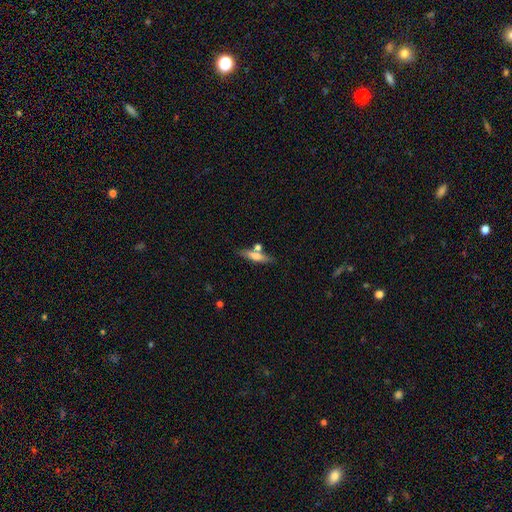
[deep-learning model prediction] Smooth or featured? smooth (58%)
How rounded? cigar-shaped (75%)
Merging? none (69%)